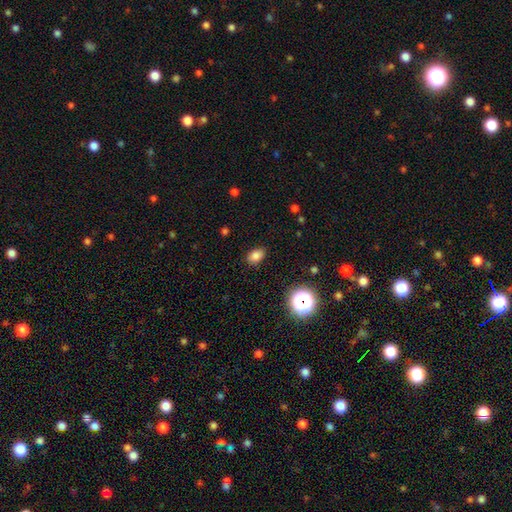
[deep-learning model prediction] The model was most divided on "how rounded": in between: 79%, round: 20%, cigar-shaped: 1%. More confident: merging — none (86%); smooth or featured — smooth (82%).